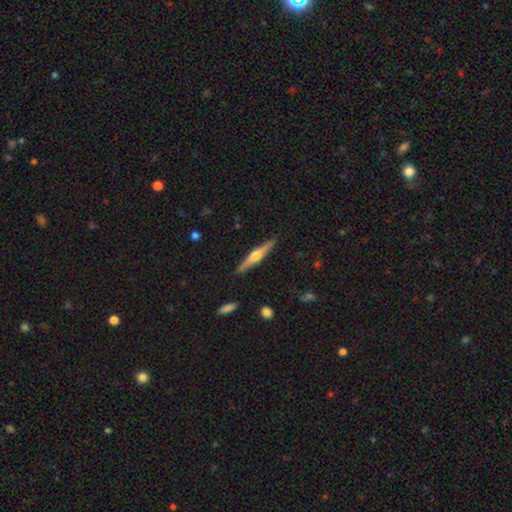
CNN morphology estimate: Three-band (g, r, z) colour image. It shows a featured or disk galaxy (71%) viewed edge-on (98%) with a rounded central bulge (91%). Merging: none (90%).